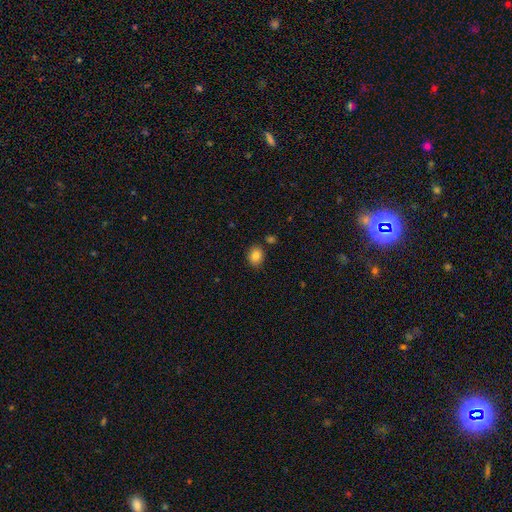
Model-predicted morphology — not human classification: Smooth or featured? Predicted: smooth (p=0.84). How rounded? Predicted: round (p=0.53). Merging? Predicted: none (p=0.81).